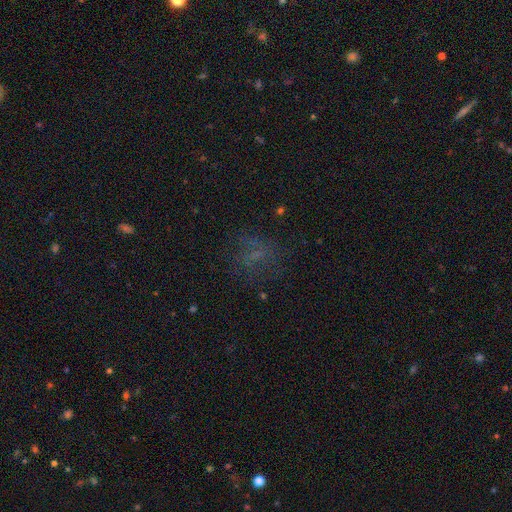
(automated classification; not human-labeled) Smooth or featured? Predicted: smooth (p=0.41). Merging? Predicted: none (p=0.65).